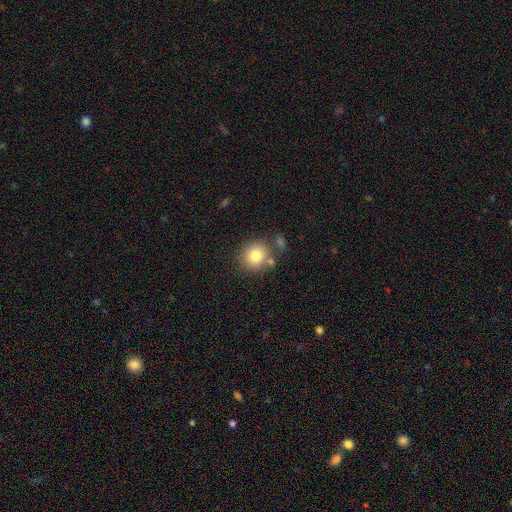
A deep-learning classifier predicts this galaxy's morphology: A smooth galaxy with no disk features (80%) that is round (89%).

Vote fractions:
- Smooth or featured? smooth: 80% / featured or disk: 10% / star or artifact: 10%
- How rounded? round: 89% / in between: 10% / cigar-shaped: 1%
- Merging? none: 72% / minor disturbance: 12% / merger: 12% / major disturbance: 4%